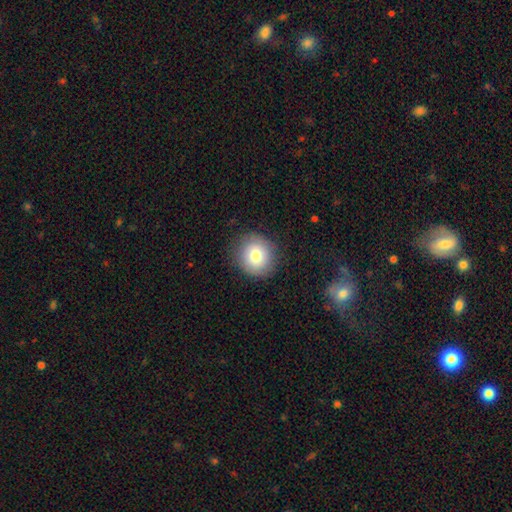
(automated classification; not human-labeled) This appears to be a smooth galaxy with no disk features (76%) that is round (89%). Merging: none (87%).